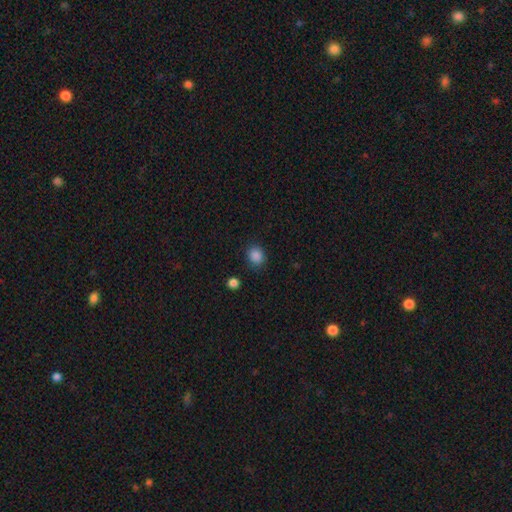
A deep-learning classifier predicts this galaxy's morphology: Smooth or featured: smooth — 87% (star or artifact — 10%)
How rounded: round — 66% (in between — 33%)
Merging: none — 84% (minor disturbance — 11%)